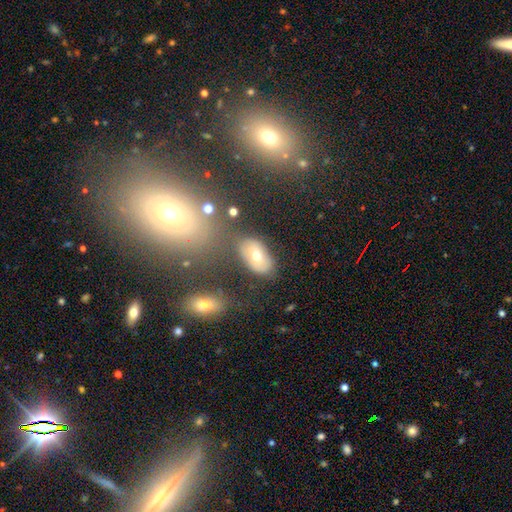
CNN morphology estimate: Smooth or featured? smooth (63%)
How rounded? in between (88%)
Merging? none (69%)